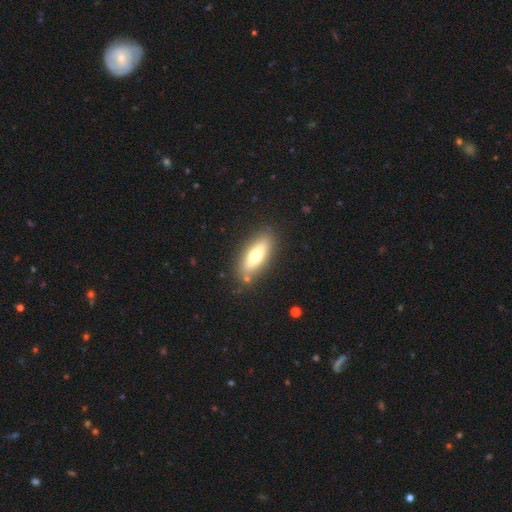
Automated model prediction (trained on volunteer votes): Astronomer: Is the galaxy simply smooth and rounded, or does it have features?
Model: smooth — 63%.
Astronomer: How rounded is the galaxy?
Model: in between — 63%.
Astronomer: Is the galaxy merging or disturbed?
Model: none — 85%.